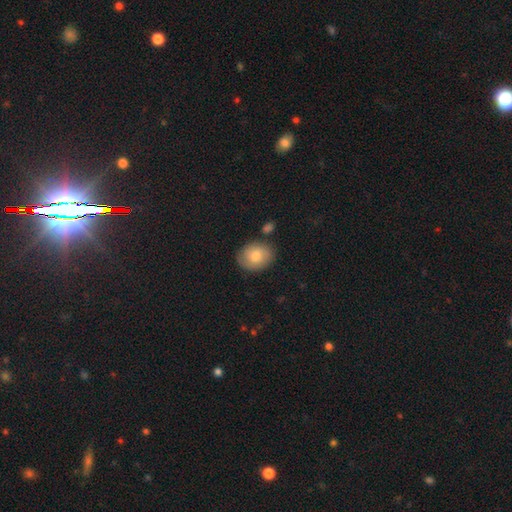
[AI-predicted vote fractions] Smooth or featured? smooth (76%)
How rounded? in between (53%)
Merging? none (79%)